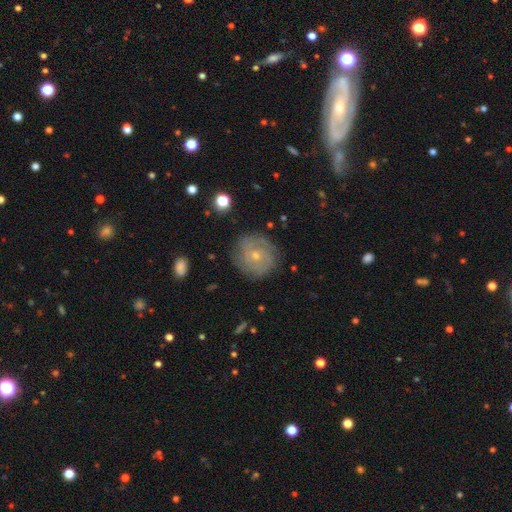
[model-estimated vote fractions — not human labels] Smooth or featured? Predicted: featured or disk (p=0.72). Edge-on disk? Predicted: no (p=0.97). Bar? Predicted: no (p=0.78). Spiral arms? Predicted: yes (p=0.89). Spiral winding? Predicted: tight (p=0.69). Spiral arm count? Predicted: can't tell (p=0.38). Bulge size? Predicted: small (p=0.68). Merging? Predicted: none (p=0.81).